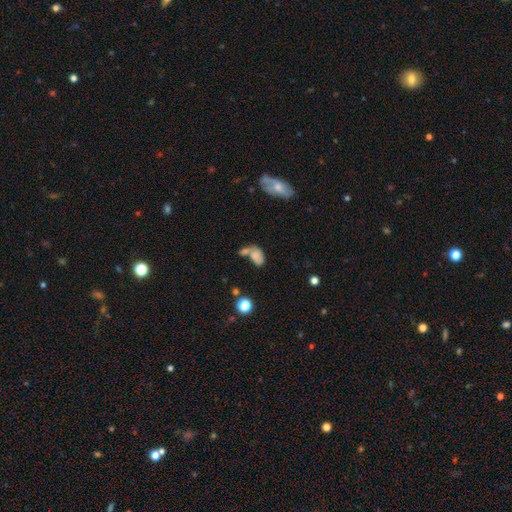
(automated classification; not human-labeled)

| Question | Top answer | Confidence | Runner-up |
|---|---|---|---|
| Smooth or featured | smooth | 68% | featured or disk (20%) |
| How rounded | in between | 86% | round (12%) |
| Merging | merger | 48% | none (25%) |